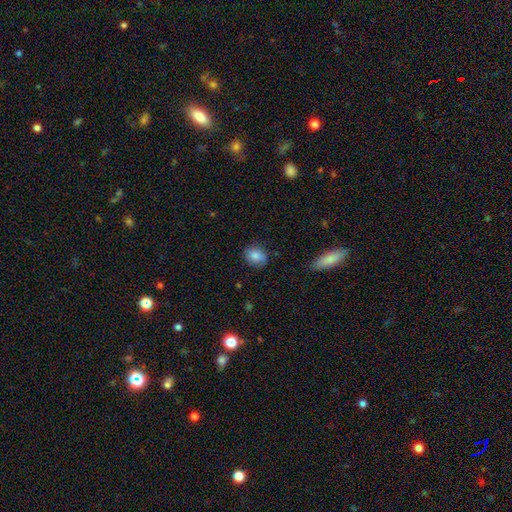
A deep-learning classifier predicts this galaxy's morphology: This appears to be a smooth galaxy with no disk features (82%) that is round (54%). Merging: none (74%).